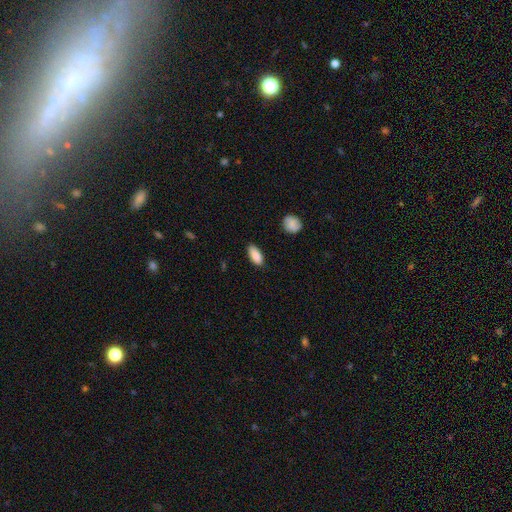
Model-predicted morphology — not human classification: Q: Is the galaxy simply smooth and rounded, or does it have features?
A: smooth — 88%.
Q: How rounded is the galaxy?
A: in between — 87%.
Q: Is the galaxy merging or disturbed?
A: none — 82%.